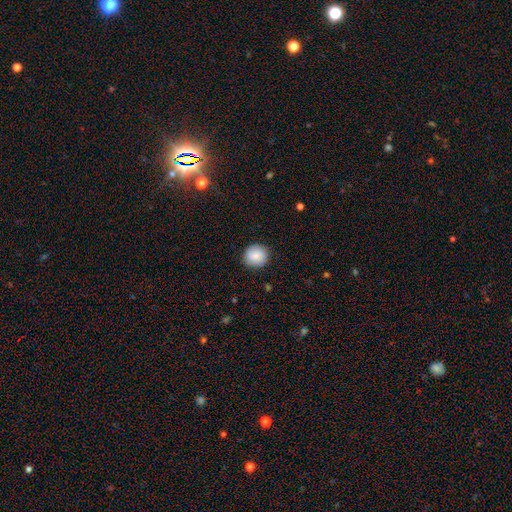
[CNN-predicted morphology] smooth_or_featured: smooth (p=0.85) [alt: featured or disk p=0.08]
how_rounded: round (p=0.90) [alt: in between p=0.09]
merging: none (p=0.89) [alt: minor disturbance p=0.08]